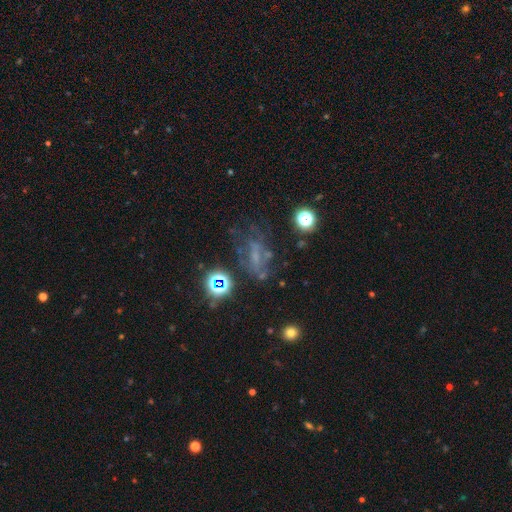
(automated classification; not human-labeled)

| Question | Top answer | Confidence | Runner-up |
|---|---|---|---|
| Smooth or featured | featured or disk | 43% | star or artifact (31%) |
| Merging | none | 44% | major disturbance (28%) |